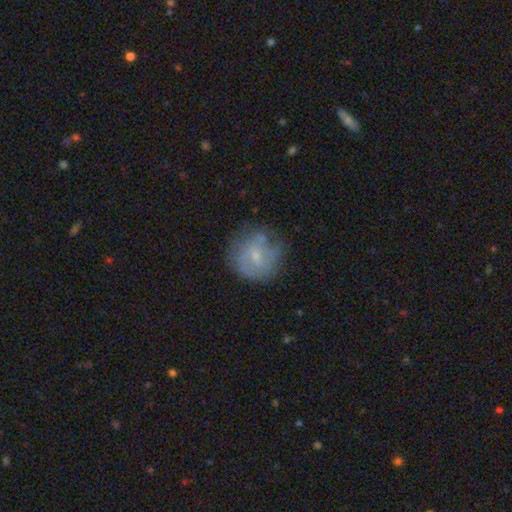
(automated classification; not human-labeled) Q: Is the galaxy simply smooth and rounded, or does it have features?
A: featured or disk — 50%.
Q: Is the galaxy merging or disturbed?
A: none — 62%.